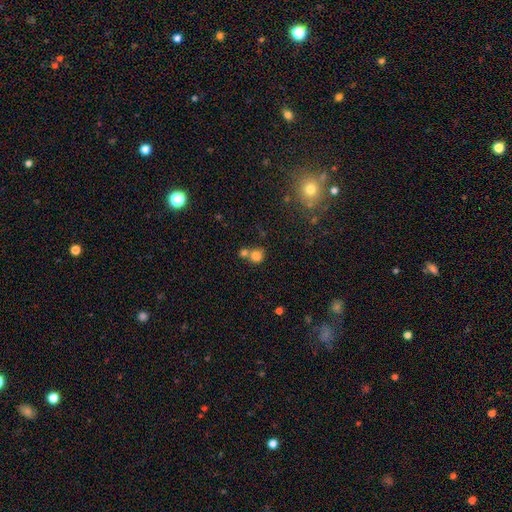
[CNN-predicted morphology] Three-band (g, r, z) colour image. It shows a smooth galaxy with no disk features (78%) that is round (80%). Merging: none (45%).